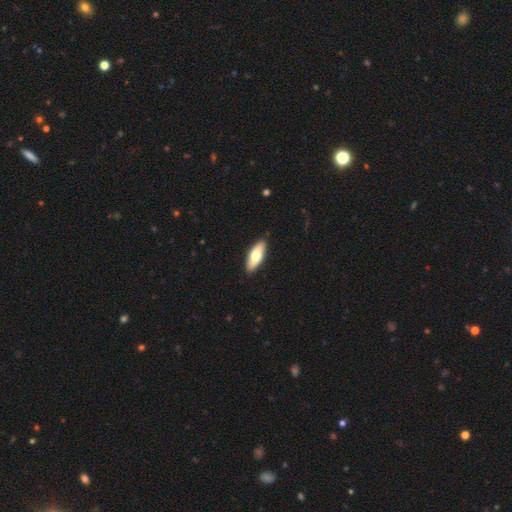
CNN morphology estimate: The model was most divided on "how rounded": in between: 70%, cigar-shaped: 28%, round: 2%. More confident: merging — none (89%); smooth or featured — smooth (72%).